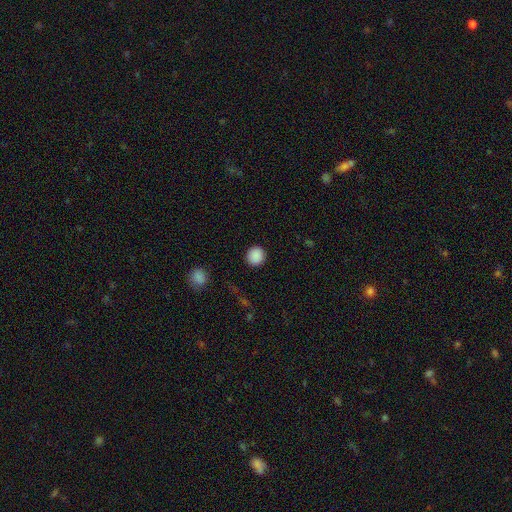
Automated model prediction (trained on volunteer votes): Morphology: type=smooth (89%); roundness=round (93%); merging=none (92%).